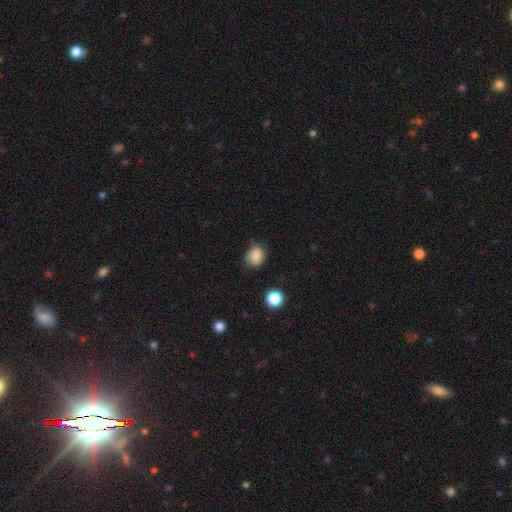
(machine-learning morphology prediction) type=smooth (84%); roundness=round (60%); merging=none (68%).